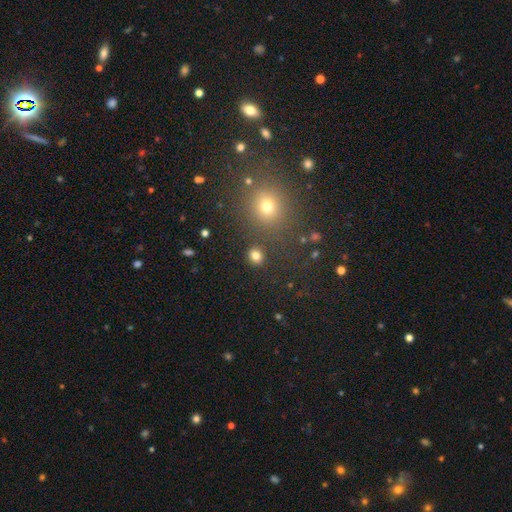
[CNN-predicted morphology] Smooth or featured? smooth (80%)
How rounded? round (78%)
Merging? none (85%)